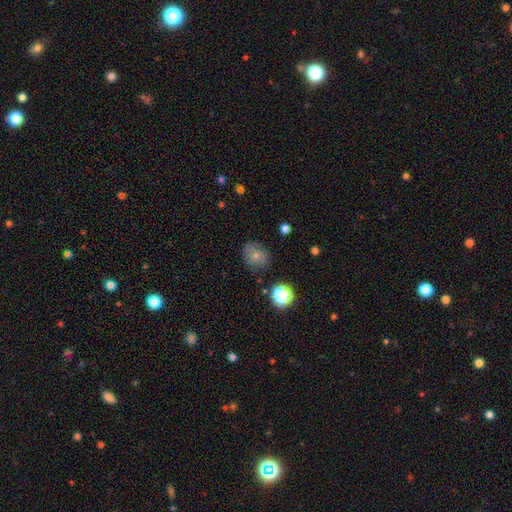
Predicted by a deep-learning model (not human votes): Overall: smooth (68%). How rounded: round (71%). Merging: none (73%).